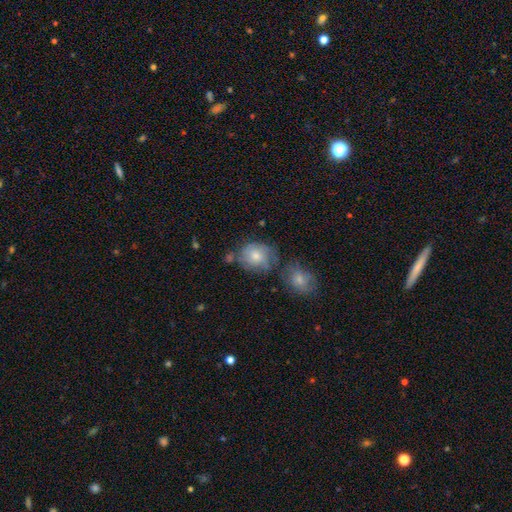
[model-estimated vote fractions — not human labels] Smooth or featured?
  - smooth: 68% *
  - featured or disk: 24%
  - star or artifact: 8%
How rounded?
  - round: 62% *
  - in between: 37%
  - cigar-shaped: 1%
Merging?
  - none: 49% *
  - minor disturbance: 23%
  - merger: 19%
  - major disturbance: 10%